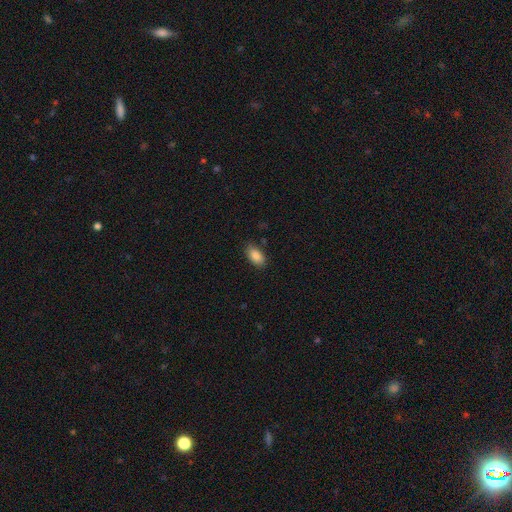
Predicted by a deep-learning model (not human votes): Overall: smooth (87%). How rounded: in between (93%). Merging: none (84%).